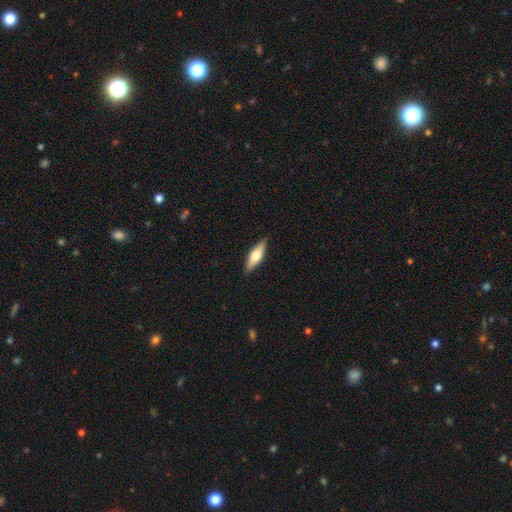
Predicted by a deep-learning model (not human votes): Smooth or featured: smooth — 55% (featured or disk — 39%)
How rounded: in between — 51% (cigar-shaped — 46%)
Merging: none — 88% (minor disturbance — 9%)